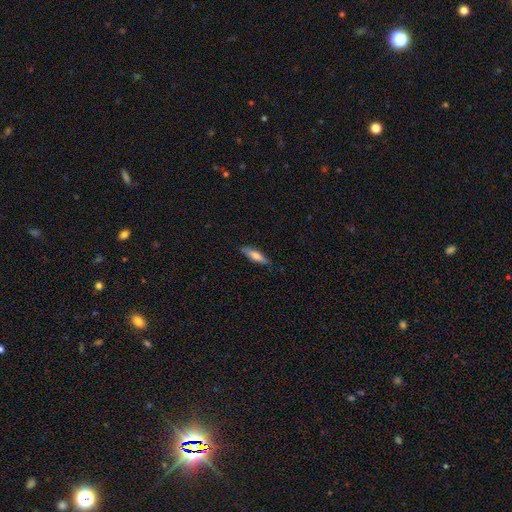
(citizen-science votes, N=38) Smooth or featured? 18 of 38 (47%) said featured or disk. Edge-on disk? 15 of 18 (83%) said yes. Edge-on bulge? 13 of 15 (87%) said rounded. Merging? 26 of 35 (74%) said none.